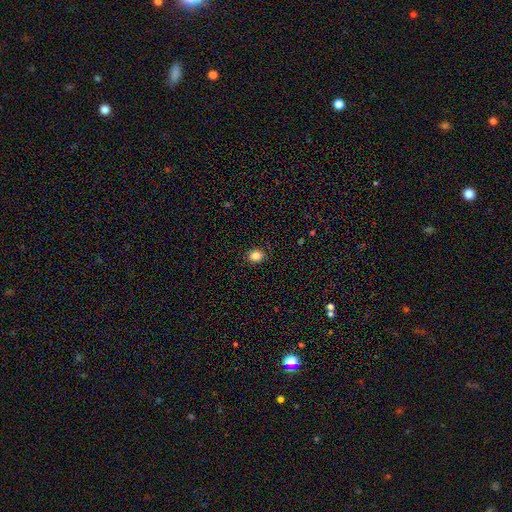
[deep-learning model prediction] A smooth galaxy with no disk features (84%) that is round (57%).

Vote fractions:
- Smooth or featured? smooth: 84% / star or artifact: 10% / featured or disk: 5%
- How rounded? round: 57% / in between: 42% / cigar-shaped: 1%
- Merging? none: 88% / minor disturbance: 9% / major disturbance: 2% / merger: 1%